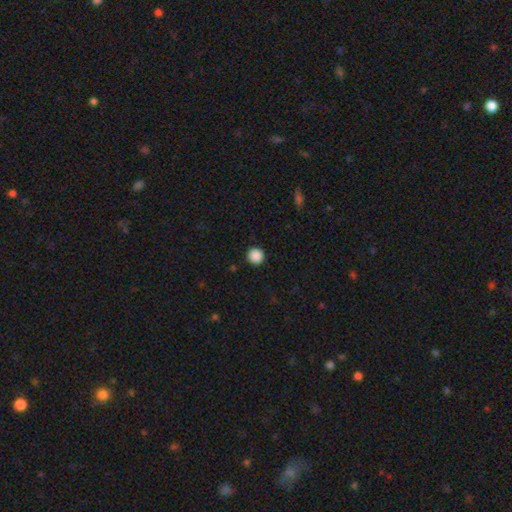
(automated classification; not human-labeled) A smooth galaxy with no disk features (89%) that is round (96%). Merging: none (93%).